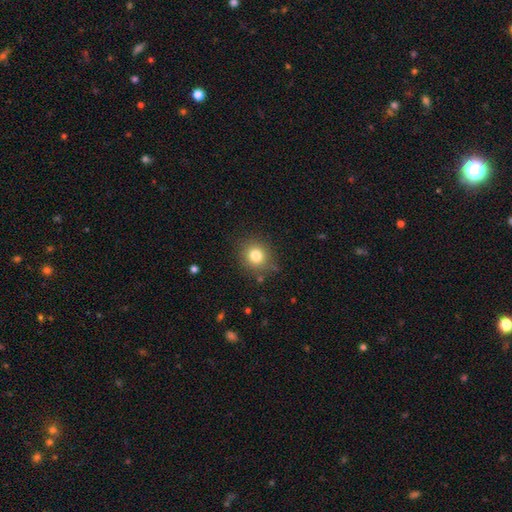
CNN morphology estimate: This appears to be a smooth galaxy with no disk features (80%) that is round (82%). Merging: none (84%).